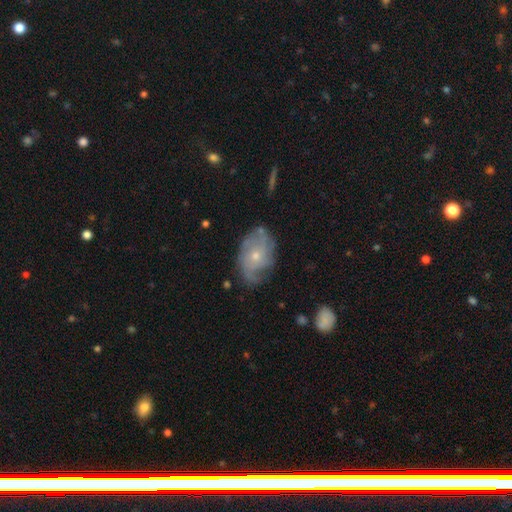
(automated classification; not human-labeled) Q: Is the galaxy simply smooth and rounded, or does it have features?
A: featured or disk — 71%.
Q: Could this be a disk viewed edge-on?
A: no — 96%.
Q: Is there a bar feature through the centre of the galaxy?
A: no — 81%.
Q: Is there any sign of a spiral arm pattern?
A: yes — 85%.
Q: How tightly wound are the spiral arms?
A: tight — 43%.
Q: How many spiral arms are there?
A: can't tell — 41%.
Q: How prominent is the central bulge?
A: small — 66%.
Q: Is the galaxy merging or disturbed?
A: none — 64%.